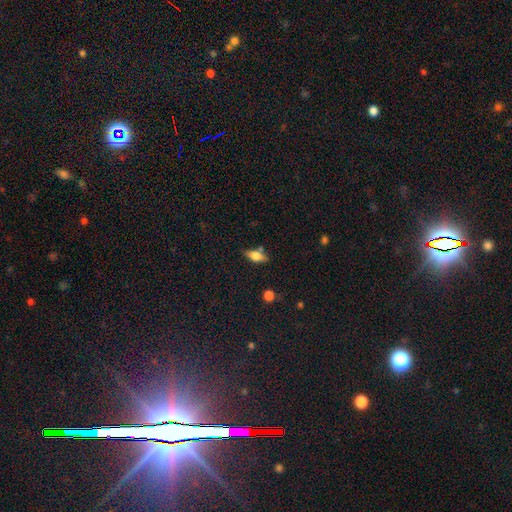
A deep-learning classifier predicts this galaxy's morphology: This appears to be a smooth galaxy with no disk features (63%) that is in between round and cigar-shaped (77%). Merging: none (74%).